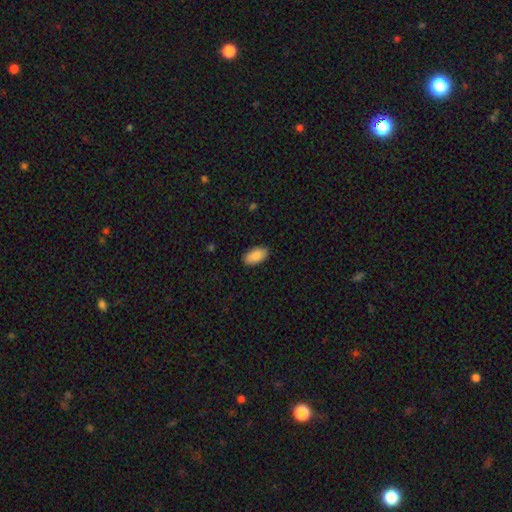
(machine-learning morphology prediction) Smooth or featured? smooth (88%)
How rounded? in between (94%)
Merging? none (88%)